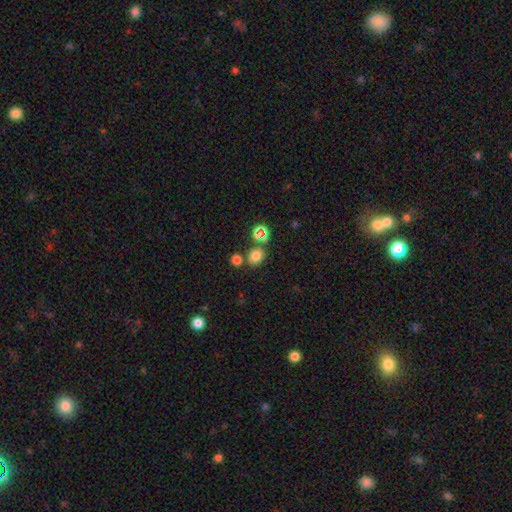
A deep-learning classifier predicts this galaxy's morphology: Smooth or featured? smooth (74%)
How rounded? round (63%)
Merging? none (72%)